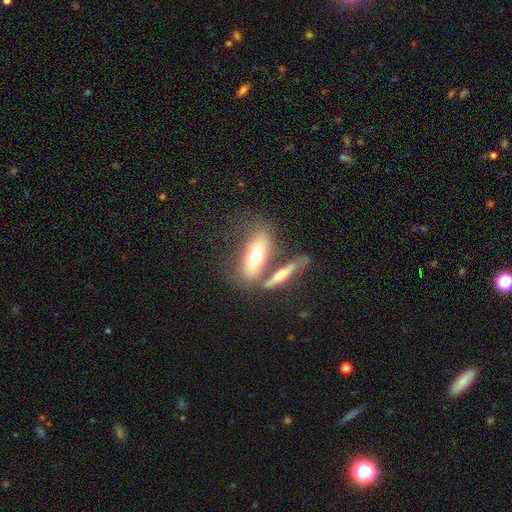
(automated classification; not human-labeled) Smooth or featured: smooth — 56% (featured or disk — 37%)
How rounded: in between — 62% (cigar-shaped — 34%)
Merging: none — 46% (merger — 32%)